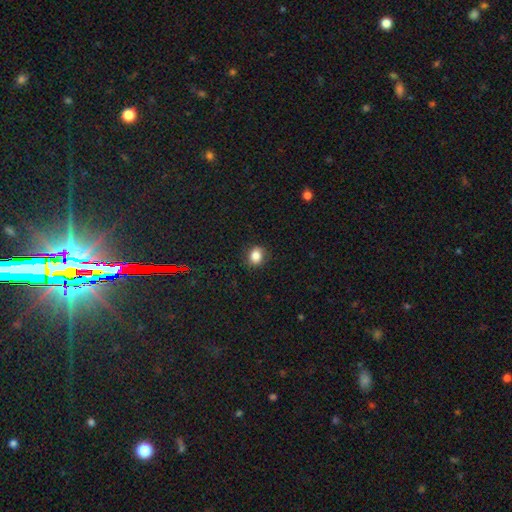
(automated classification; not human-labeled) This appears to be a smooth galaxy with no disk features (83%) that is round (56%). Merging: none (86%).